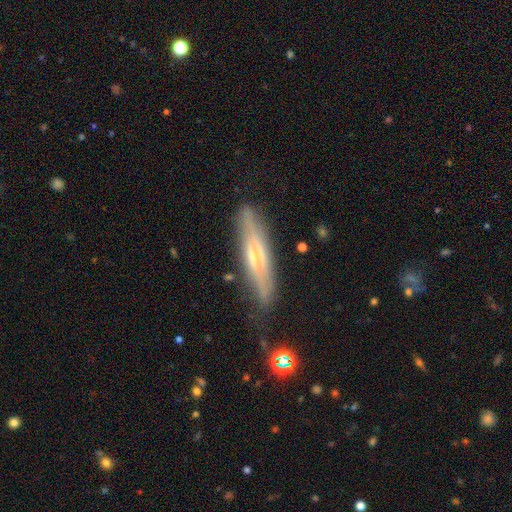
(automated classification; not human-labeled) The model was most divided on "edge-on bulge": rounded: 48%, none: 36%, boxy: 16%. More confident: edge-on disk — yes (84%); merging — none (74%); smooth or featured — featured or disk (64%).